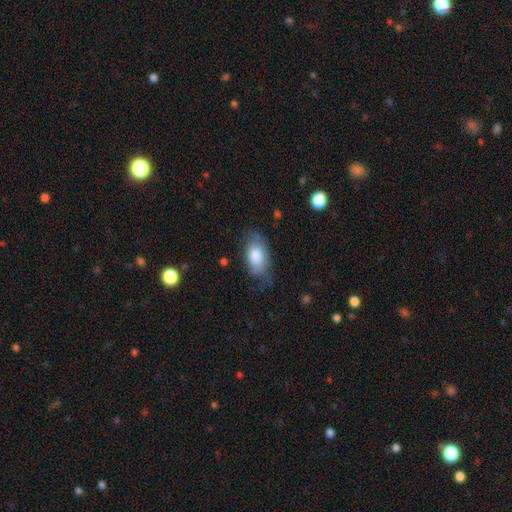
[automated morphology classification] This is likely a smooth galaxy (78%). How rounded: clearly in between (92%). Merging: possibly none (57%).